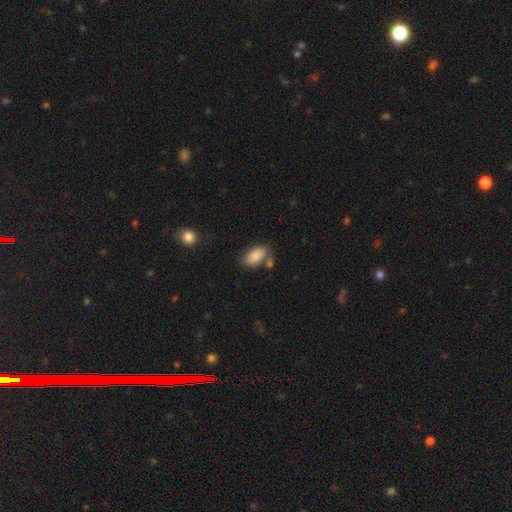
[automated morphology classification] smooth_or_featured: smooth (p=0.84) [alt: featured or disk p=0.09]
how_rounded: in between (p=0.93) [alt: cigar-shaped p=0.04]
merging: none (p=0.63) [alt: minor disturbance p=0.18]